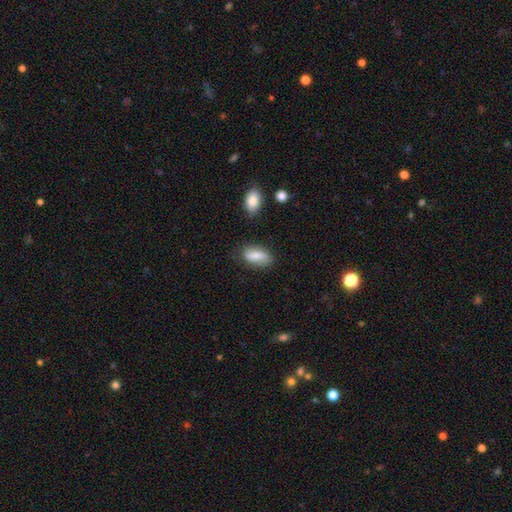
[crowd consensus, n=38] Morphology: type=smooth (95%); roundness=in between (86%); merging=none (78%).